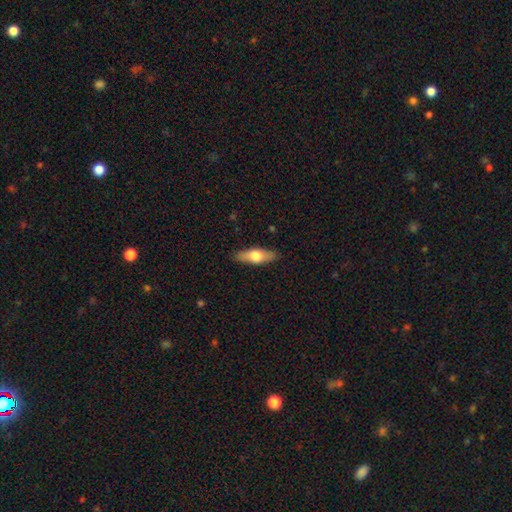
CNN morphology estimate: Q: Smooth or featured?
A: smooth (59%); runner-up: featured or disk (35%)
Q: How rounded?
A: in between (56%); runner-up: cigar-shaped (41%)
Q: Merging?
A: none (88%); runner-up: minor disturbance (9%)